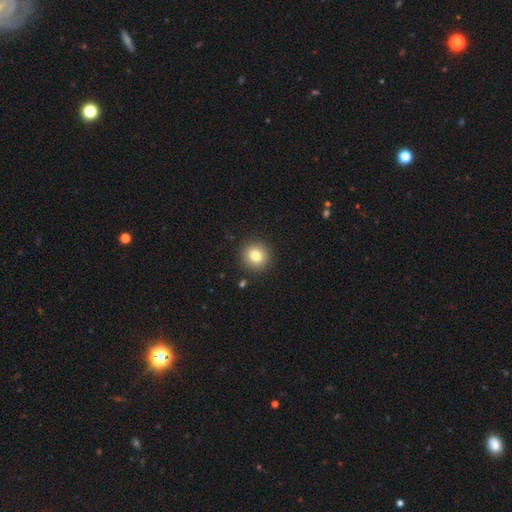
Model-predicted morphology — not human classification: A smooth galaxy with no disk features (81%) that is round (90%). Merging: none (90%).